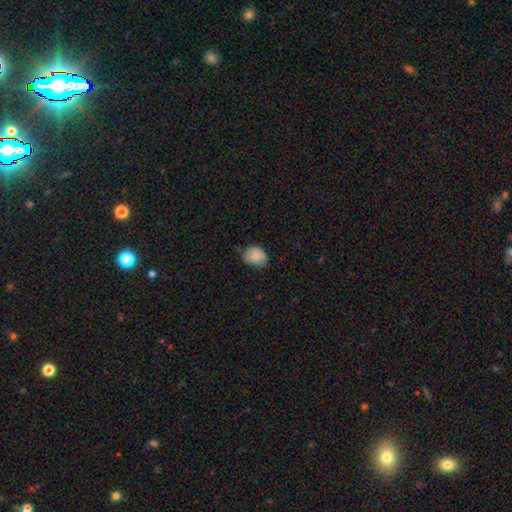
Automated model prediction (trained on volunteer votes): Overall: smooth (77%). How rounded: round (63%; in between 36%). Merging: none (65%; minor disturbance 28%).